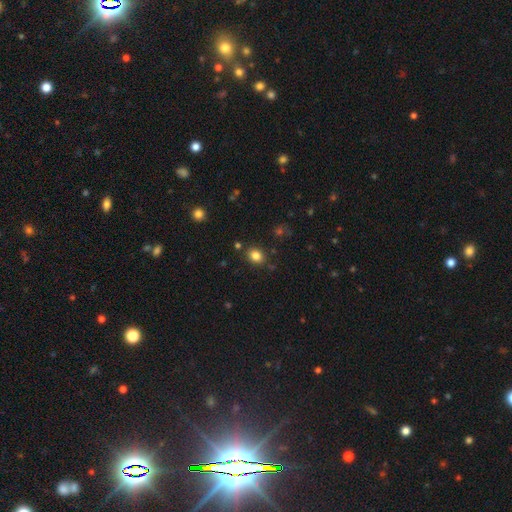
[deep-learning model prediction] Smooth or featured?
  - smooth: 83% *
  - star or artifact: 12%
  - featured or disk: 5%
How rounded?
  - round: 55% *
  - in between: 44%
  - cigar-shaped: 1%
Merging?
  - none: 84% *
  - minor disturbance: 10%
  - merger: 3%
  - major disturbance: 3%